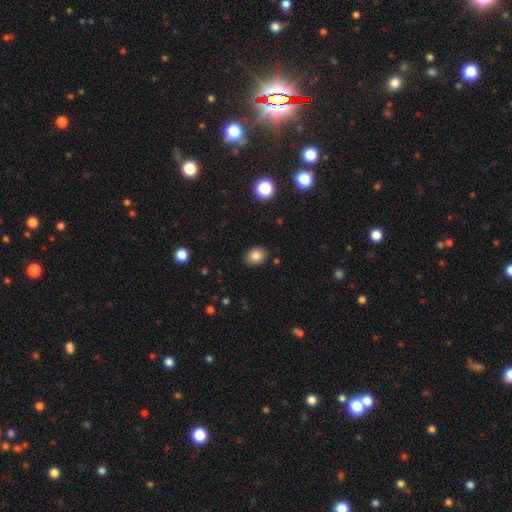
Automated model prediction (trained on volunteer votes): The model was most divided on "how rounded": in between: 66%, round: 33%, cigar-shaped: 1%. More confident: merging — none (87%); smooth or featured — smooth (84%).